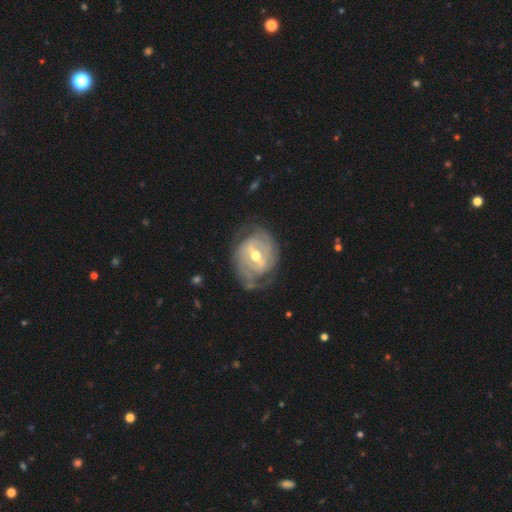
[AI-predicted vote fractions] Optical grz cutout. It shows a featured or disk galaxy (87%) with a weak bar (45%), 2 (48%) tight (68%) spiral arms (90%) and a moderate central bulge (77%). Merging: none (71%).